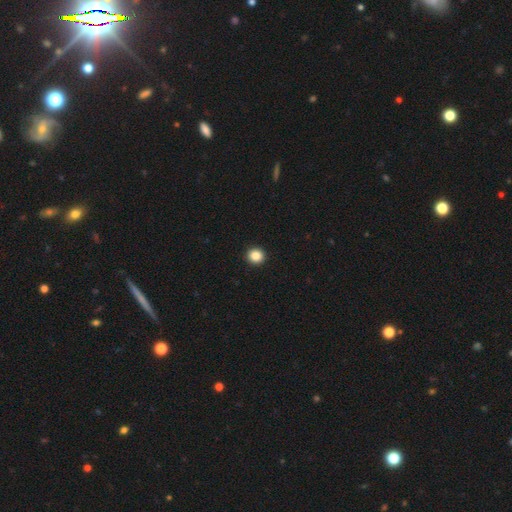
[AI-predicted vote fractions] Overall: smooth (86%). How rounded: round (92%). Merging: none (94%).